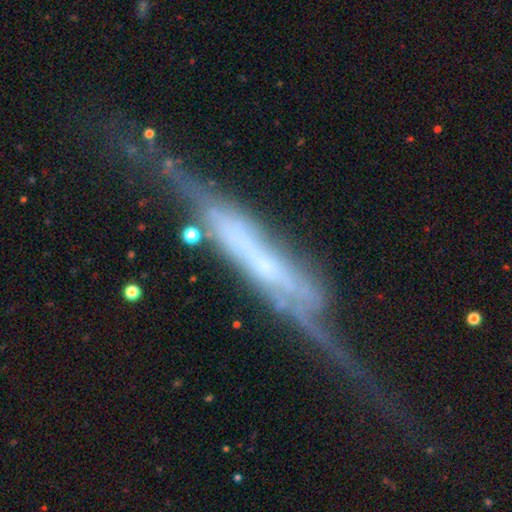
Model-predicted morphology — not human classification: Smooth or featured? Predicted: featured or disk (p=0.76). Edge-on disk? Predicted: yes (p=0.74). Edge-on bulge? Predicted: none (p=0.37). Merging? Predicted: none (p=0.36).